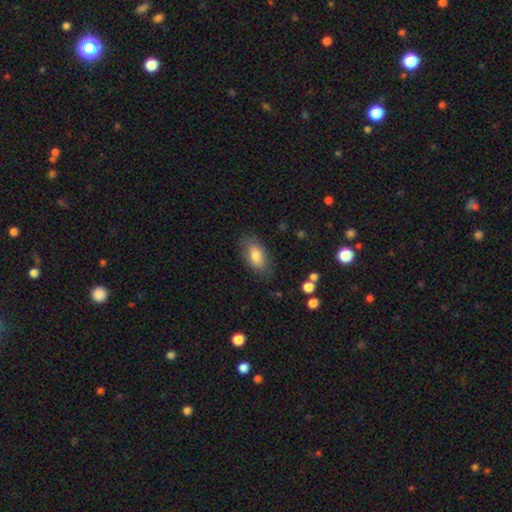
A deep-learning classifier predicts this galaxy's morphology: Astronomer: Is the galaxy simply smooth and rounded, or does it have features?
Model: smooth — 80%.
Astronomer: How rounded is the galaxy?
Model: in between — 90%.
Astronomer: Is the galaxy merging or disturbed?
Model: none — 79%.